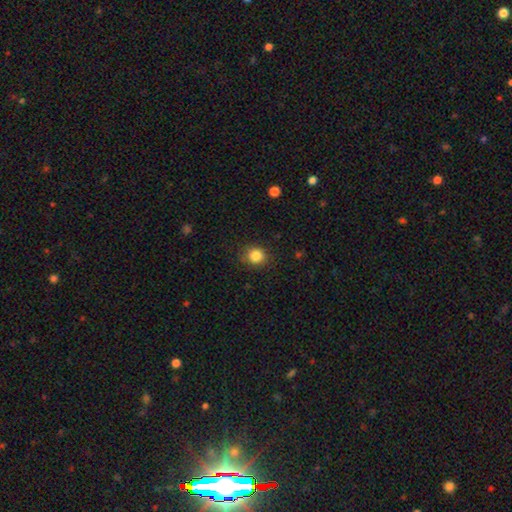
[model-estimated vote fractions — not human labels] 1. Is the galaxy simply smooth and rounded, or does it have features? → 84% smooth, 11% star or artifact, 5% featured or disk.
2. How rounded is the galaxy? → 86% round, 14% in between, 1% cigar-shaped.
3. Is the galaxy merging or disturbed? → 85% none, 10% minor disturbance, 3% major disturbance, 1% merger.